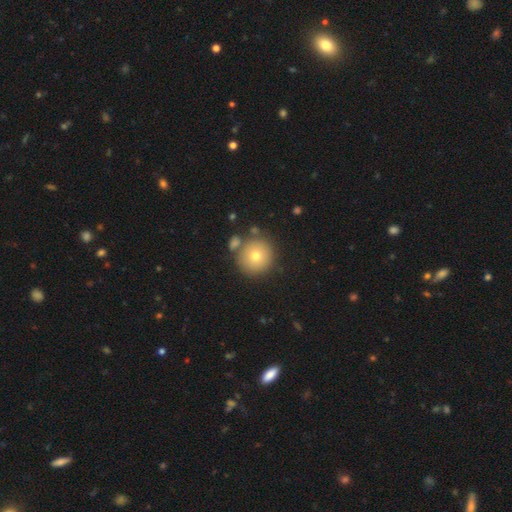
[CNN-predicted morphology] A smooth galaxy with no disk features (73%) that is round (95%). Merging: none (77%).